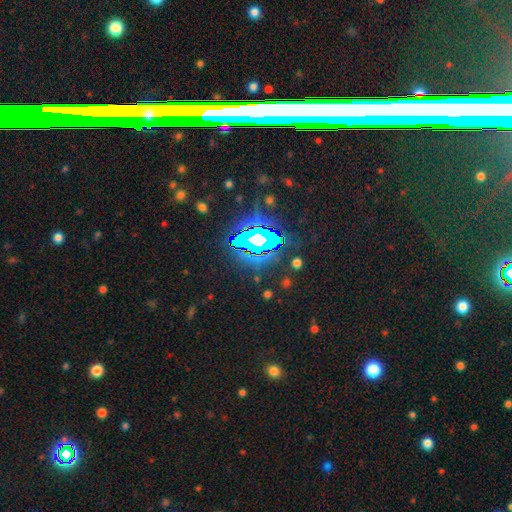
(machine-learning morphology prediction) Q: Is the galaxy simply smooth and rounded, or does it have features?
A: star or artifact — 74%.